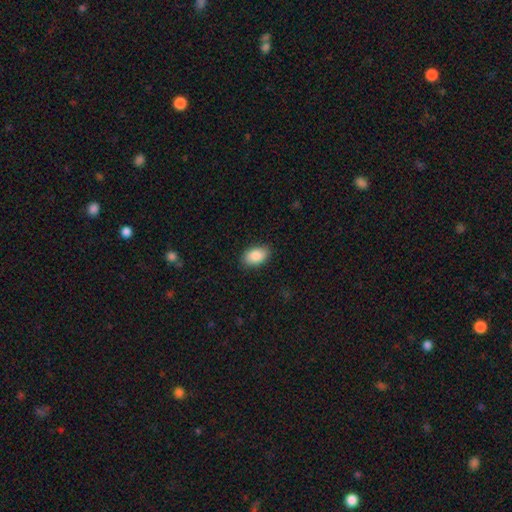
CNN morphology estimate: A smooth galaxy with no disk features (88%) that is in between round and cigar-shaped (91%).

Vote fractions:
- Smooth or featured? smooth: 88% / star or artifact: 7% / featured or disk: 5%
- How rounded? in between: 91% / round: 7% / cigar-shaped: 1%
- Merging? none: 88% / minor disturbance: 9% / major disturbance: 2% / merger: 1%